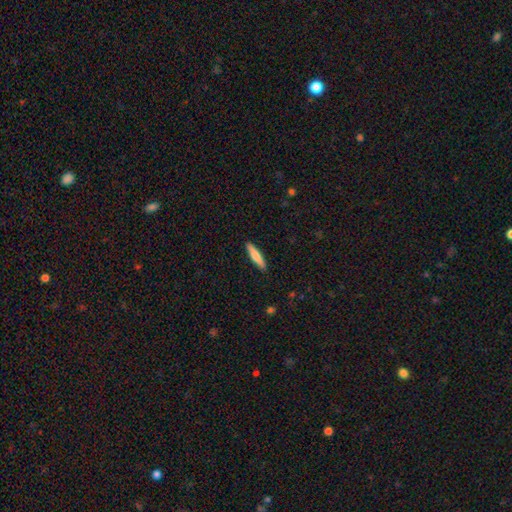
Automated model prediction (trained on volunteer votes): A smooth galaxy with no disk features (69%) that is cigar-shaped (86%). Merging: none (91%).